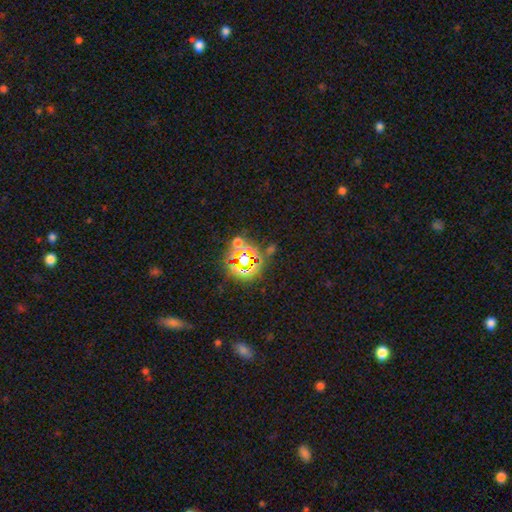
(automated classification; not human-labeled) Smooth or featured? star or artifact (68%)